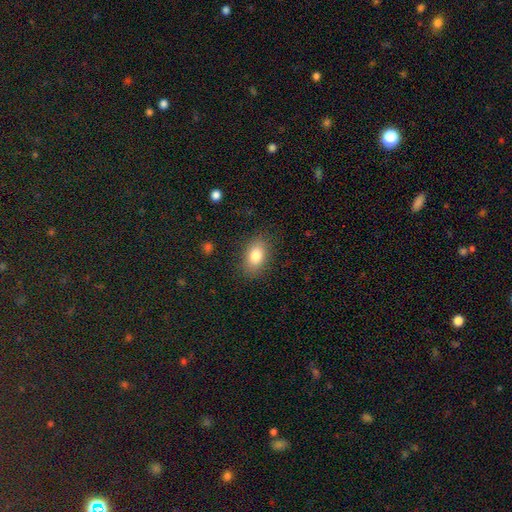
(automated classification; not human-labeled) Smooth or featured?
  - smooth: 83% *
  - featured or disk: 9%
  - star or artifact: 8%
How rounded?
  - in between: 88% *
  - round: 10%
  - cigar-shaped: 2%
Merging?
  - none: 84% *
  - minor disturbance: 12%
  - major disturbance: 4%
  - merger: 1%